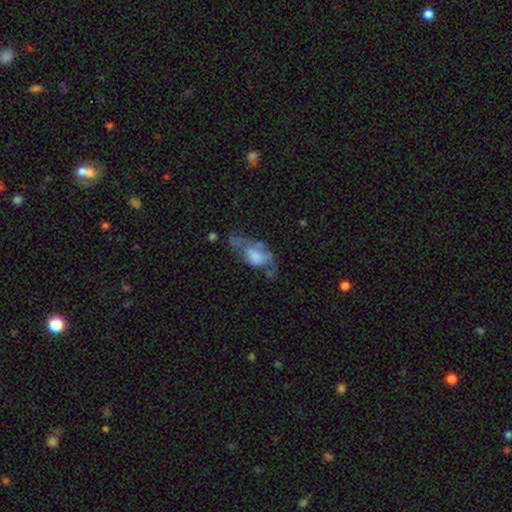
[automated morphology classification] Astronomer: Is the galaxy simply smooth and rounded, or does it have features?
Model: smooth — 48% (runner-up: featured or disk, 44%).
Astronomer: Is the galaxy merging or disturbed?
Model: major disturbance — 44% (runner-up: none, 23%).